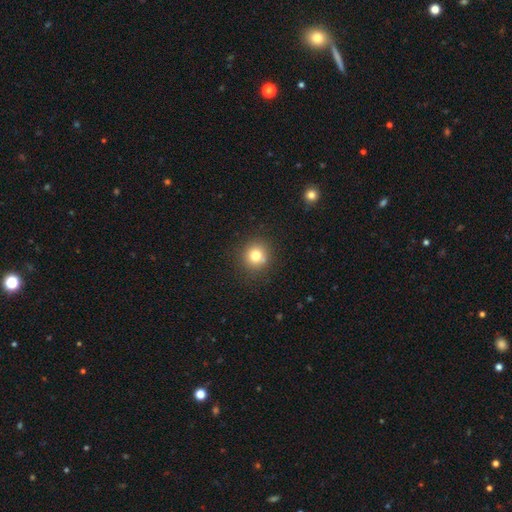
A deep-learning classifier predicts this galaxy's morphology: This is likely a smooth galaxy (78%). How rounded: clearly round (91%). Merging: clearly none (85%).